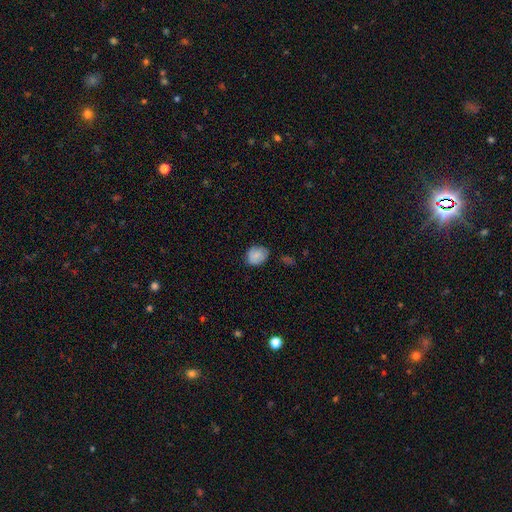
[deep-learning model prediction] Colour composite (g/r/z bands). It shows a smooth galaxy with no disk features (80%) that is round (55%). Merging: none (69%).